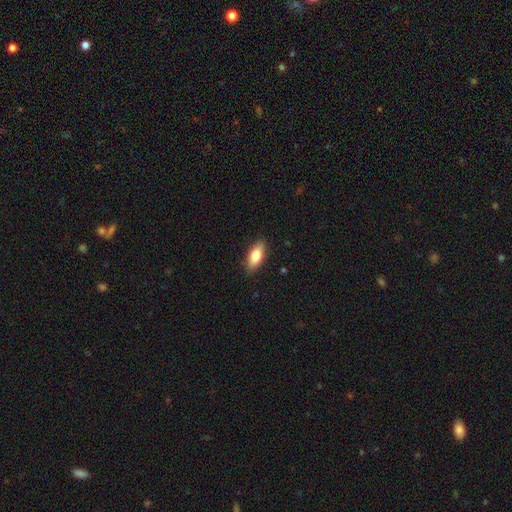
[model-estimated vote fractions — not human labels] Smooth or featured? smooth (77%)
How rounded? in between (77%)
Merging? none (87%)